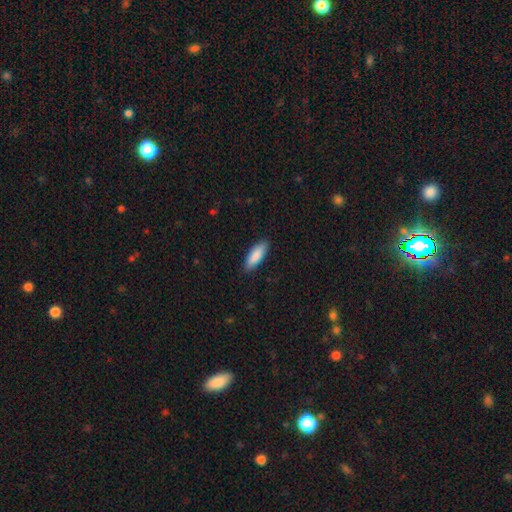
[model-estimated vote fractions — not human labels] Smooth or featured: smooth — 87% (featured or disk — 8%)
How rounded: in between — 57% (cigar-shaped — 41%)
Merging: none — 87% (minor disturbance — 10%)